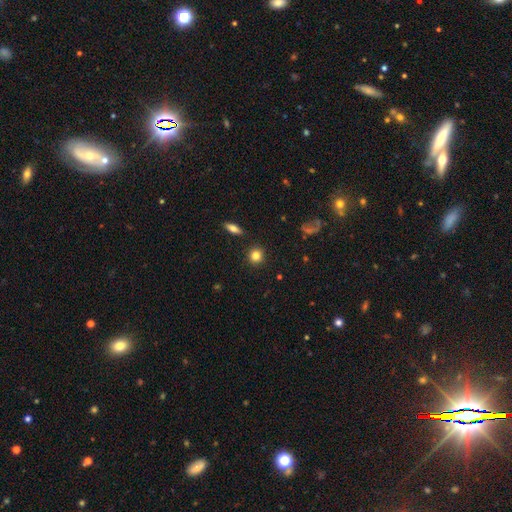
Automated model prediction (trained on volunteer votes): The model was most divided on "smooth or featured": smooth: 83%, star or artifact: 11%, featured or disk: 7%. More confident: merging — none (91%); how rounded — round (89%).